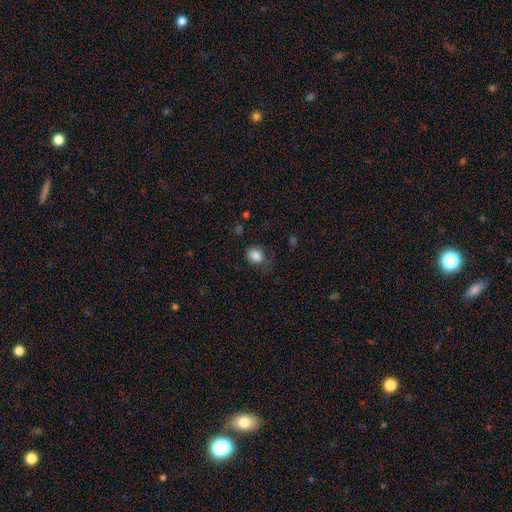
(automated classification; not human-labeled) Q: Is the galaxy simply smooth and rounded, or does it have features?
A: smooth — 84%.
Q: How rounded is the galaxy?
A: in between — 51%.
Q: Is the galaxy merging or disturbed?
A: none — 62%.